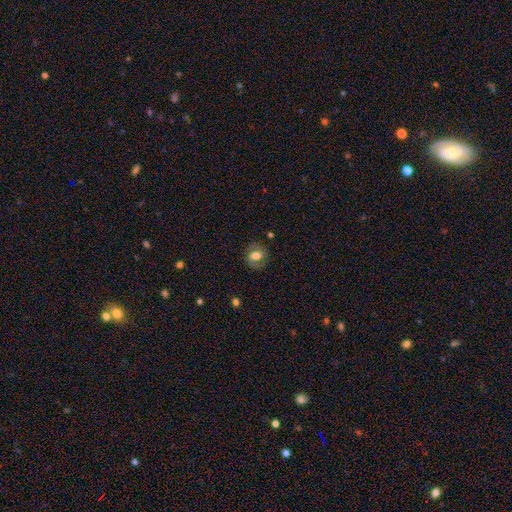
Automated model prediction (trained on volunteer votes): Q: Smooth or featured?
A: smooth (52%); runner-up: featured or disk (39%)
Q: How rounded?
A: round (62%); runner-up: in between (37%)
Q: Merging?
A: none (79%); runner-up: minor disturbance (14%)